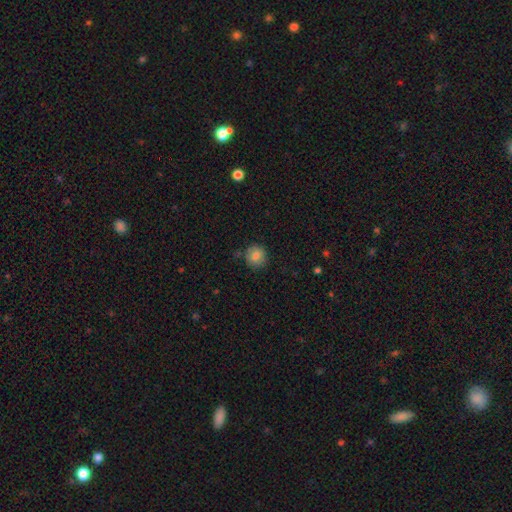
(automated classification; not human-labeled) A smooth galaxy with no disk features (82%) that is round (93%). Merging: none (85%).